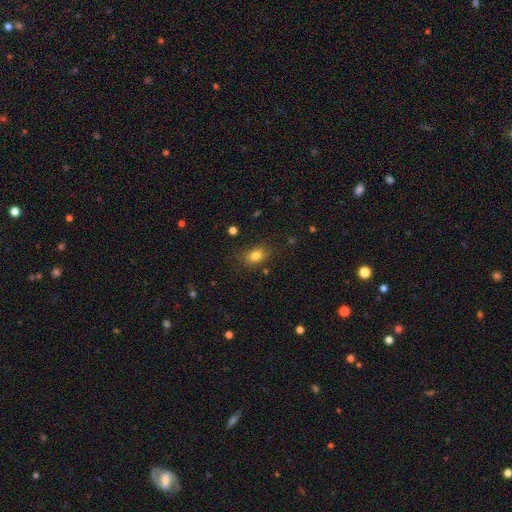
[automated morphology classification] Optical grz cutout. It shows a smooth galaxy with no disk features (81%) that is in between round and cigar-shaped (72%). Merging: none (81%).